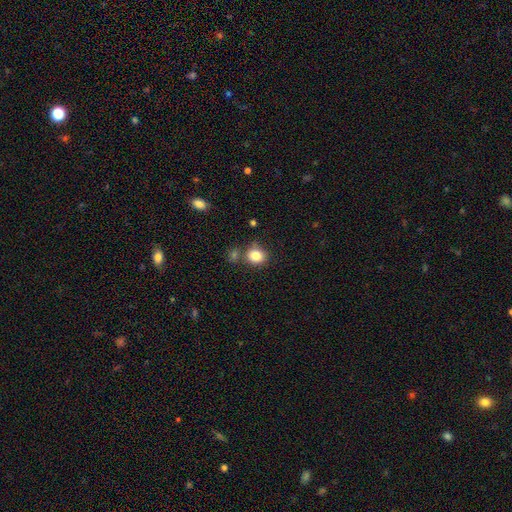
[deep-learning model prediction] This is clearly a smooth galaxy (84%). How rounded: likely round (66%). Merging: likely none (69%).